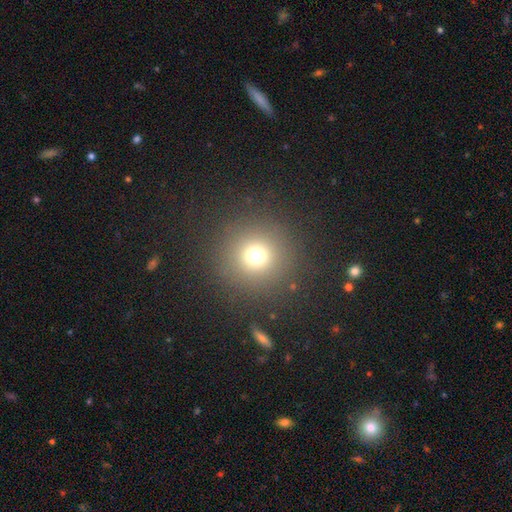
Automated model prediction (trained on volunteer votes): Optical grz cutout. It shows a smooth galaxy with no disk features (72%) that is round (95%). Merging: none (87%).